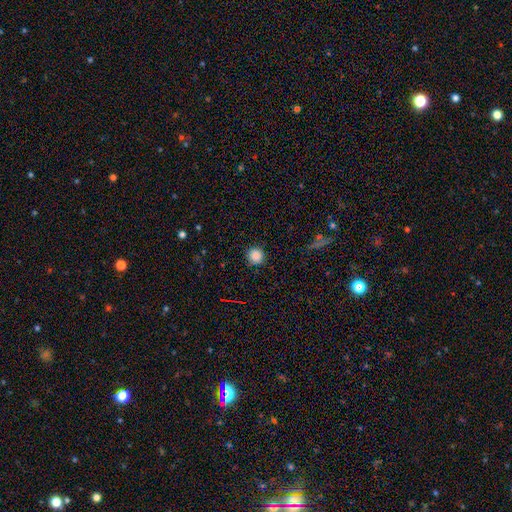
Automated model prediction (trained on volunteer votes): smooth 86%, star or artifact 11%, featured or disk 4%. Down the decision tree: how rounded — round (94%); merging — none (90%).